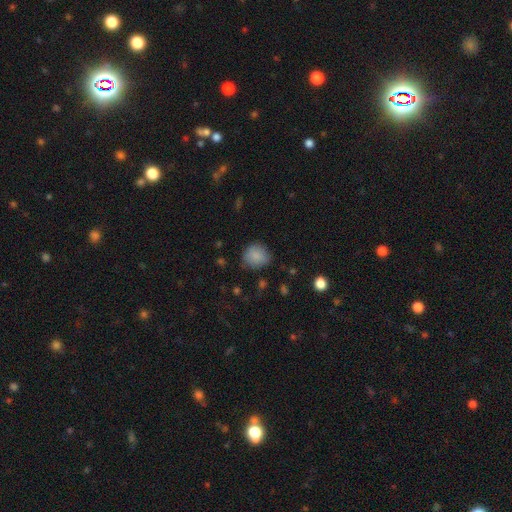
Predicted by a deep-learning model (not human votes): This is clearly a smooth galaxy (85%). How rounded: likely round (80%). Merging: likely none (76%).